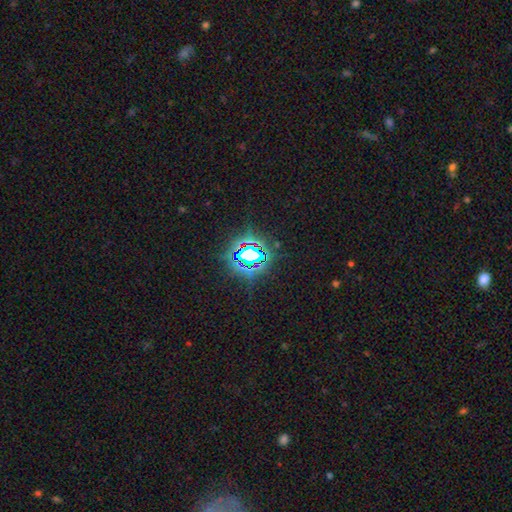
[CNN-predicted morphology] The model was most divided on "smooth or featured": star or artifact: 78%, smooth: 13%, featured or disk: 9%.